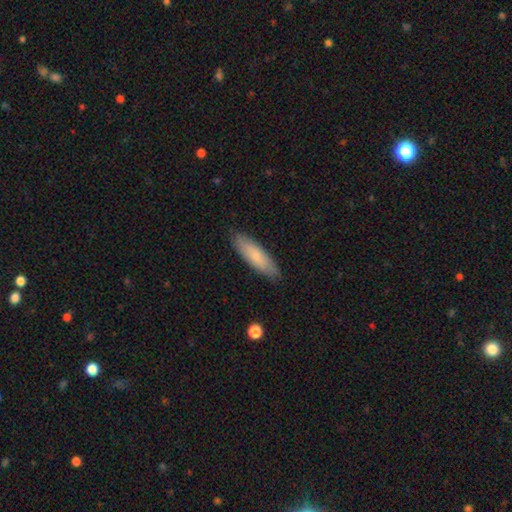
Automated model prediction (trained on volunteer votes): Overall: smooth (74%). How rounded: cigar-shaped (58%; in between 40%). Merging: none (86%).